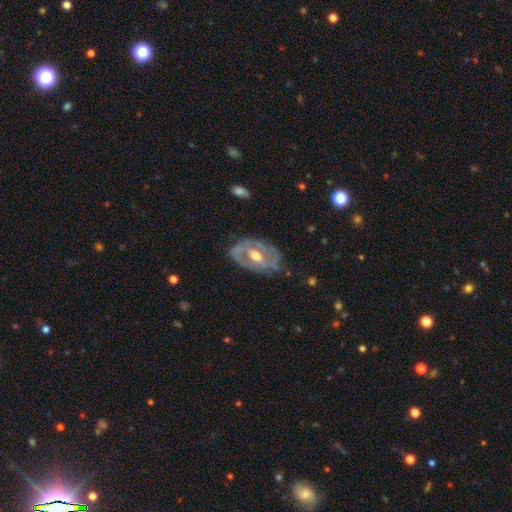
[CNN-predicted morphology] smooth_or_featured: featured or disk (p=0.76) [alt: smooth p=0.18]
disk_edge_on: no (p=0.93) [alt: yes p=0.07]
bar: weak (p=0.41) [alt: no p=0.37]
has_spiral_arms: yes (p=0.56) [alt: no p=0.44]
bulge_size: moderate (p=0.75) [alt: small p=0.13]
merging: none (p=0.71) [alt: minor disturbance p=0.21]